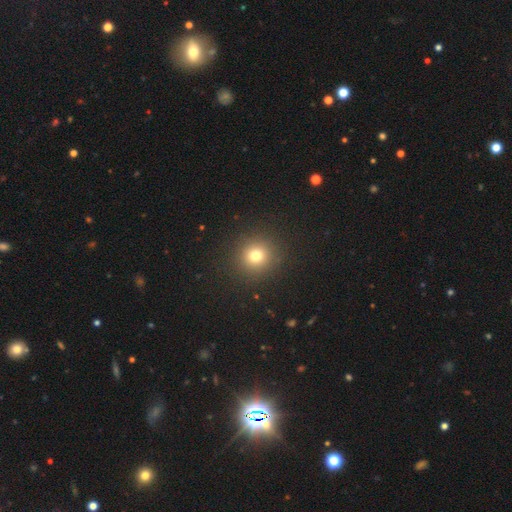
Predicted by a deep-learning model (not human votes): smooth-or-featured: smooth: 75% | star or artifact: 17% | featured or disk: 8%
  how-rounded: round: 92% | in between: 7% | cigar-shaped: 1%
  merging: none: 91% | minor disturbance: 5% | major disturbance: 3% | merger: 1%